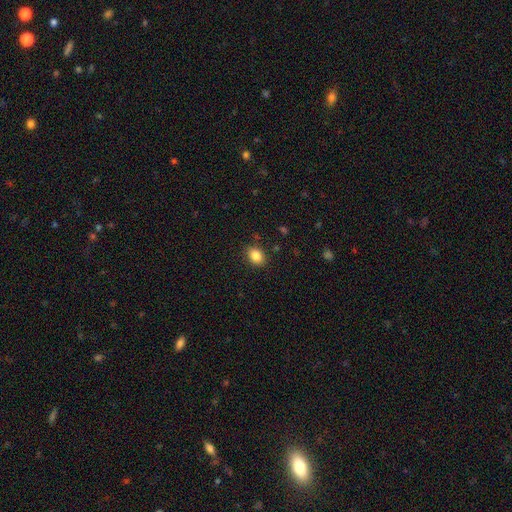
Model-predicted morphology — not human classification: Smooth or featured? smooth (85%)
How rounded? in between (71%)
Merging? none (87%)